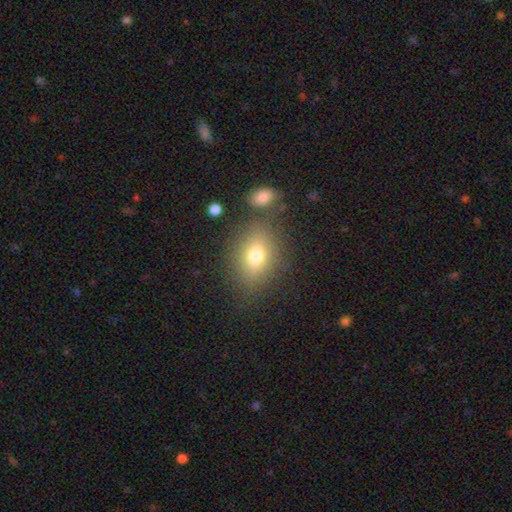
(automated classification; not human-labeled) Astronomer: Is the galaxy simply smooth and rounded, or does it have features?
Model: smooth — 72%.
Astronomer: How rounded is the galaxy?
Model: in between — 60% (runner-up: round, 38%).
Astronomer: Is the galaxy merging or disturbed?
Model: none — 77%.